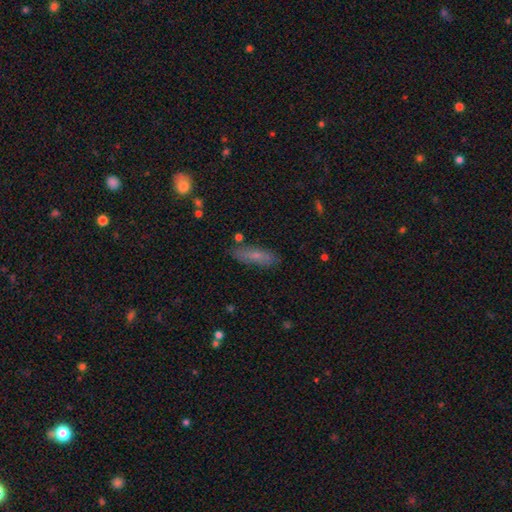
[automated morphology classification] Smooth or featured: smooth — 66% (featured or disk — 26%)
How rounded: cigar-shaped — 63% (in between — 34%)
Merging: none — 83% (minor disturbance — 12%)